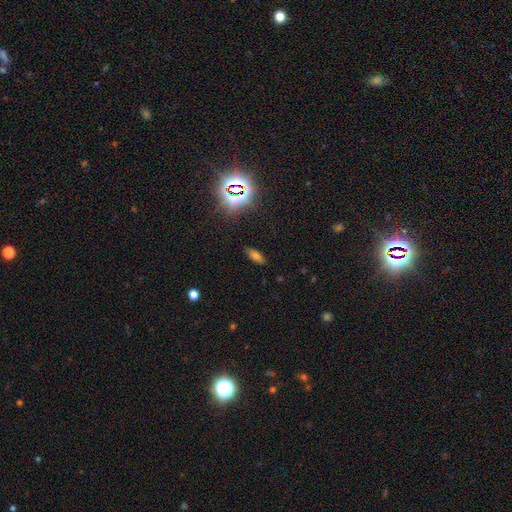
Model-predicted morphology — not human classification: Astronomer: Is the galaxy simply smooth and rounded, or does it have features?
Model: smooth — 62%.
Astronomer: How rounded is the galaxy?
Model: in between — 70%.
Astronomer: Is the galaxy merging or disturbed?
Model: none — 86%.